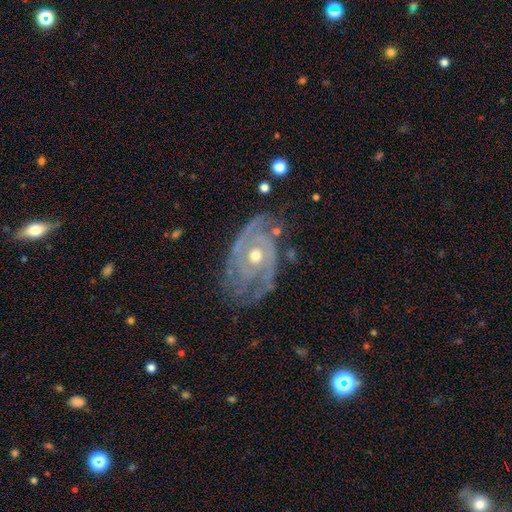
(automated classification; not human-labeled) Q: Smooth or featured?
A: featured or disk (89%); runner-up: smooth (6%)
Q: Edge-on disk?
A: no (96%); runner-up: yes (4%)
Q: Bar?
A: no (79%); runner-up: weak (16%)
Q: Spiral arms?
A: yes (95%); runner-up: no (5%)
Q: Spiral winding?
A: tight (66%); runner-up: medium (28%)
Q: Spiral arm count?
A: 2 (36%); runner-up: can't tell (24%)
Q: Bulge size?
A: moderate (66%); runner-up: small (30%)
Q: Merging?
A: none (64%); runner-up: minor disturbance (23%)